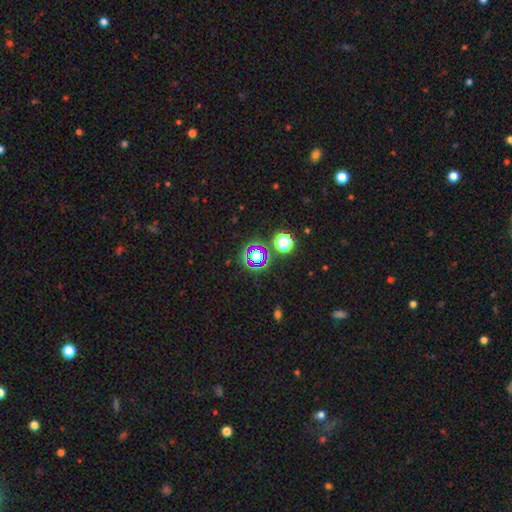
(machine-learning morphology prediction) Smooth or featured? star or artifact (64%)